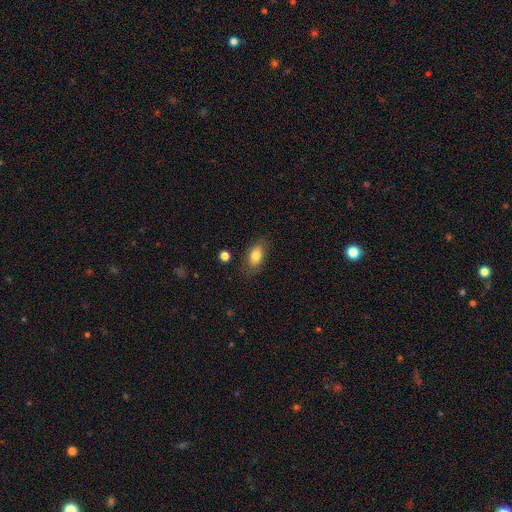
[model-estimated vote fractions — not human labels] A smooth galaxy with no disk features (78%) that is in between round and cigar-shaped (86%). Merging: none (78%).